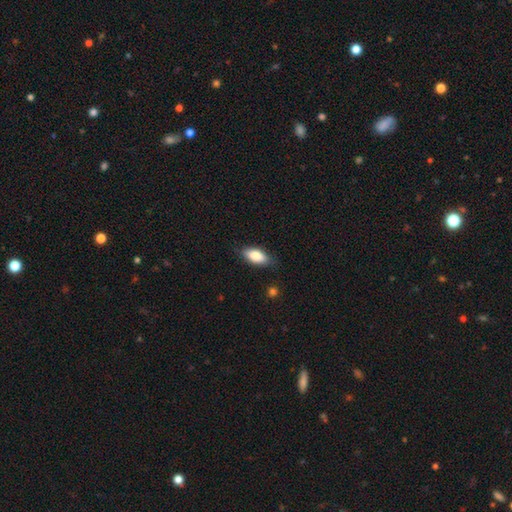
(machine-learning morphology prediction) A smooth galaxy with no disk features (83%) that is in between round and cigar-shaped (87%). Merging: none (82%).